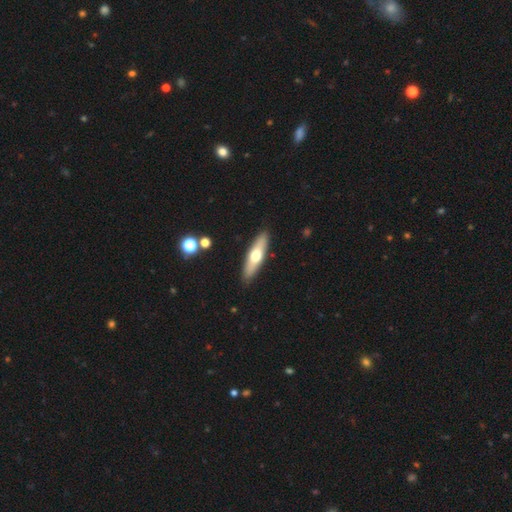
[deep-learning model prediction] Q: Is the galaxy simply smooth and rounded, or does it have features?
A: smooth — 54%.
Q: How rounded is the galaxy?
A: cigar-shaped — 65%.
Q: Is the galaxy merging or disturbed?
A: none — 90%.